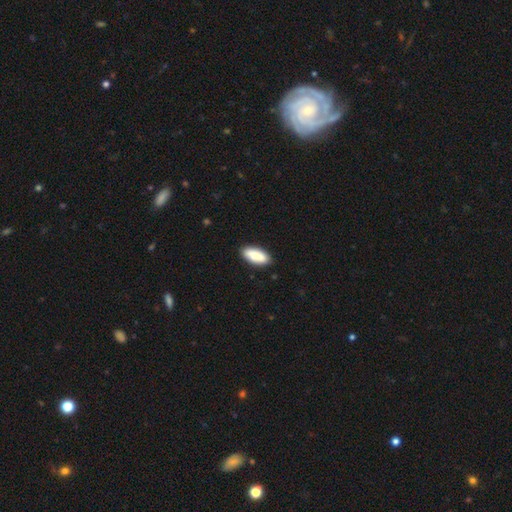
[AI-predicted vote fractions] The model was most divided on "how rounded": in between: 83%, cigar-shaped: 15%, round: 2%. More confident: smooth or featured — smooth (87%); merging — none (85%).